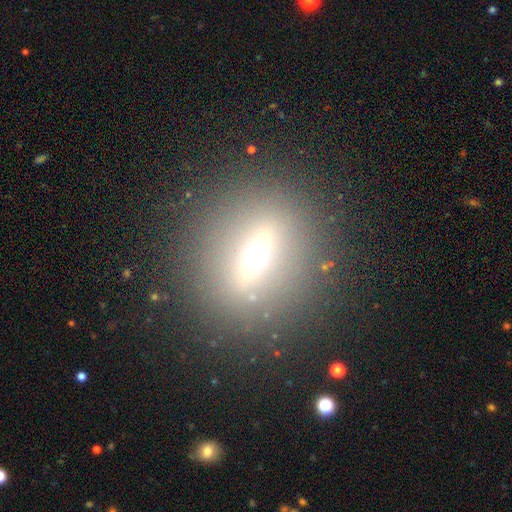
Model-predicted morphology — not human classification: A featured or disk galaxy (56%) viewed edge-on (68%).

Vote fractions:
- Smooth or featured? featured or disk: 56% / smooth: 28% / star or artifact: 16%
- Edge-on disk? yes: 68% / no: 32%
- Merging? none: 86% / minor disturbance: 8% / major disturbance: 5% / merger: 2%